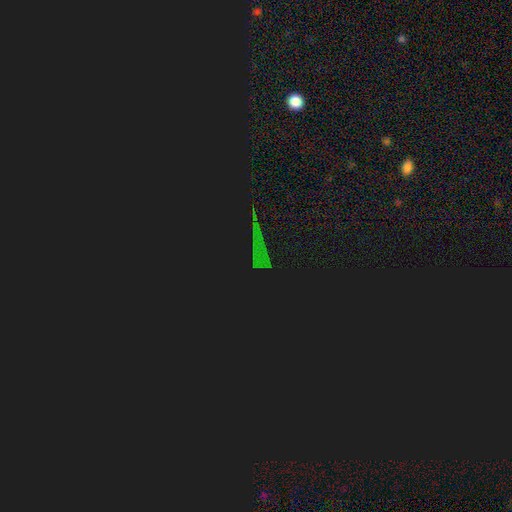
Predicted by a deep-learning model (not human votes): Smooth or featured? Predicted: star or artifact (p=0.82).